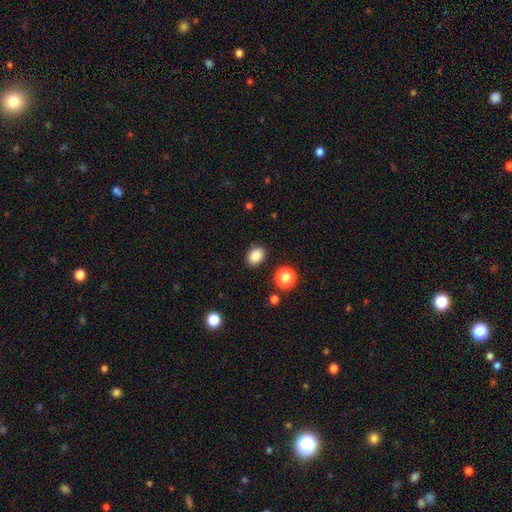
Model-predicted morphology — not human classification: smooth_or_featured: smooth (p=0.86) [alt: star or artifact p=0.10]
how_rounded: in between (p=0.57) [alt: round p=0.42]
merging: none (p=0.88) [alt: minor disturbance p=0.08]